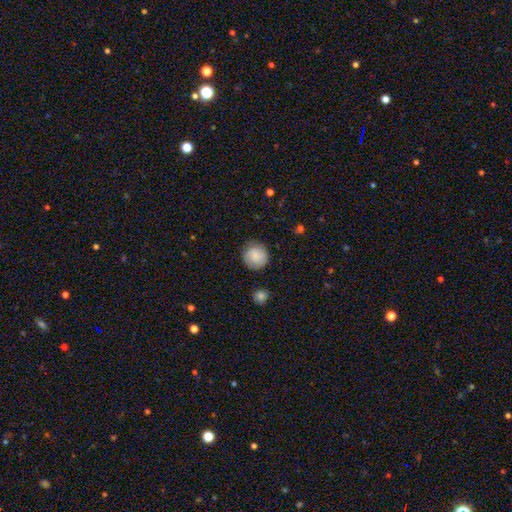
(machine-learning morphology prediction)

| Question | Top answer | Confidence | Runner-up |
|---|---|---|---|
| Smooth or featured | smooth | 84% | featured or disk (9%) |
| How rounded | round | 91% | in between (8%) |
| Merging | none | 84% | minor disturbance (12%) |